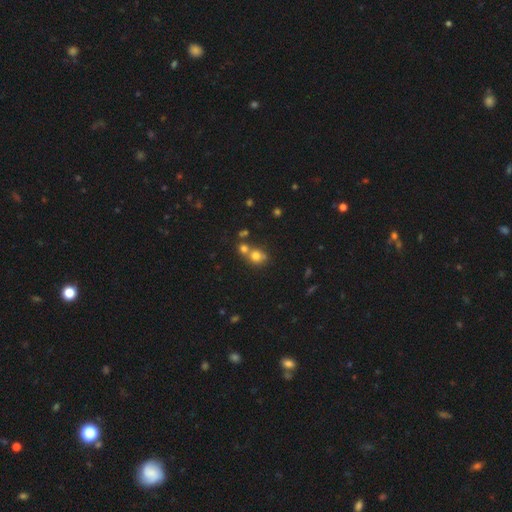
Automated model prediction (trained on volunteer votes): This appears to be a smooth galaxy with no disk features (72%) that is round (78%). Merging: merger (43%, tied with none).